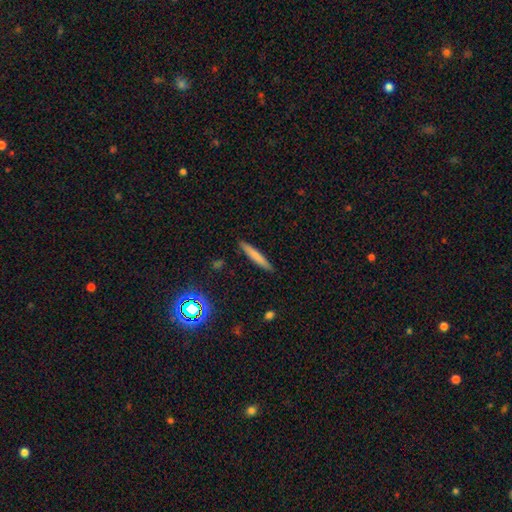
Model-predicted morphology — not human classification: Smooth or featured? Predicted: smooth (p=0.73). How rounded? Predicted: cigar-shaped (p=0.94). Merging? Predicted: none (p=0.90).